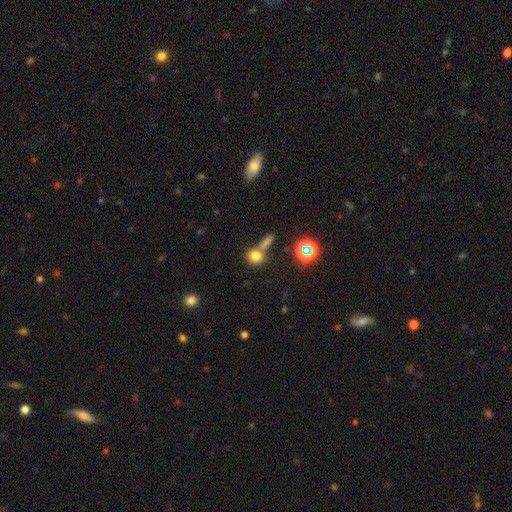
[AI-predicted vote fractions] smooth 73%, star or artifact 18%, featured or disk 9%. Down the decision tree: how rounded — round (77%); merging — none (53%).